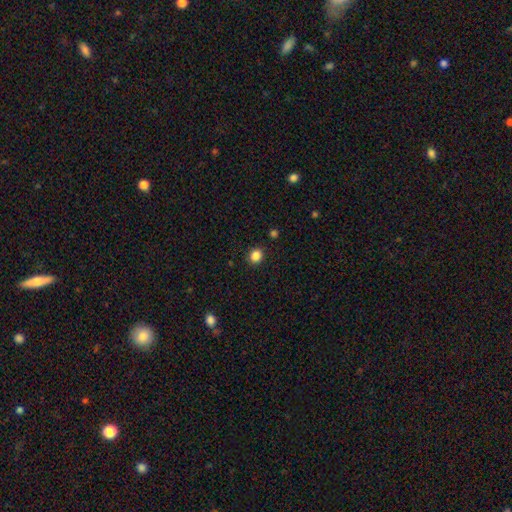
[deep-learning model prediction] smooth_or_featured: smooth (p=0.85) [alt: star or artifact p=0.11]
how_rounded: round (p=0.80) [alt: in between p=0.19]
merging: none (p=0.91) [alt: minor disturbance p=0.06]